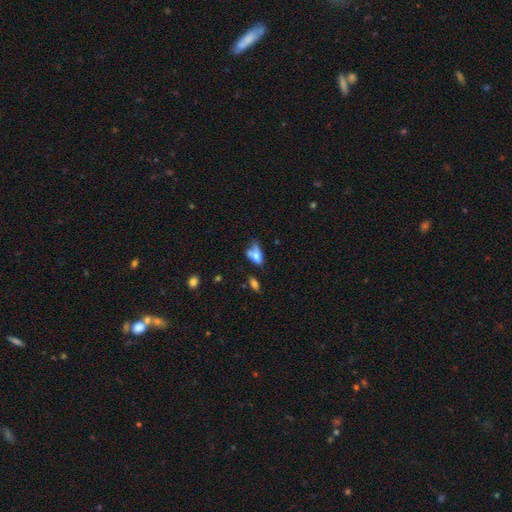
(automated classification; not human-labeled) Smooth or featured? smooth (65%)
How rounded? in between (79%)
Merging? merger (29%)